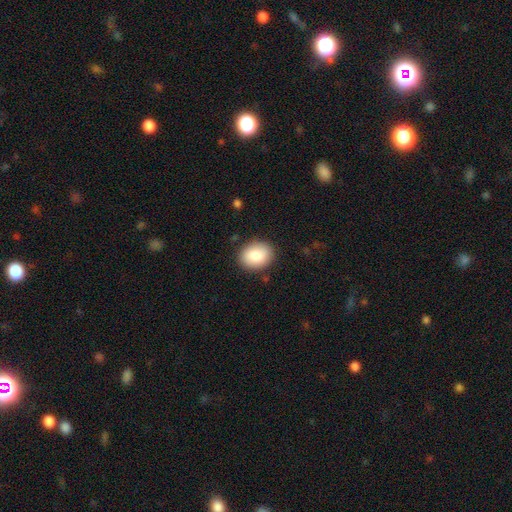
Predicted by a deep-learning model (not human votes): This is clearly a smooth galaxy (85%). How rounded: possibly in between (57%). Merging: clearly none (87%).